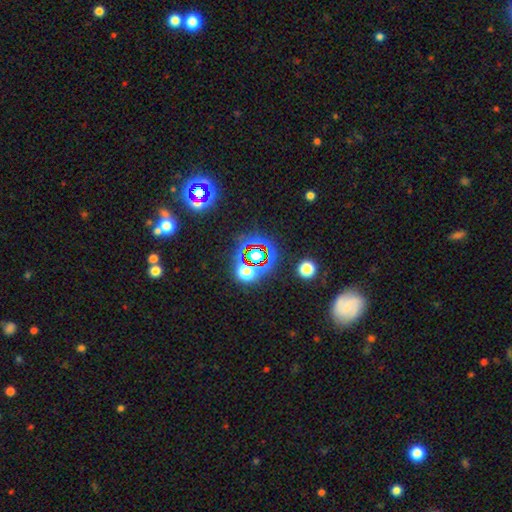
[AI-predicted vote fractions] Smooth or featured? Predicted: star or artifact (p=0.69).